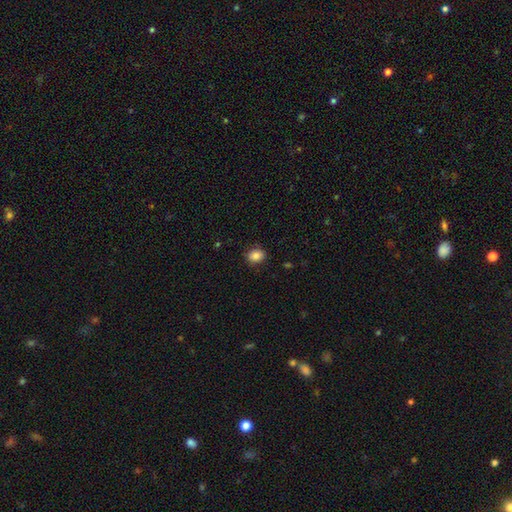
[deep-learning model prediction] Smooth or featured? Predicted: smooth (p=0.84). How rounded? Predicted: round (p=0.50). Merging? Predicted: none (p=0.85).